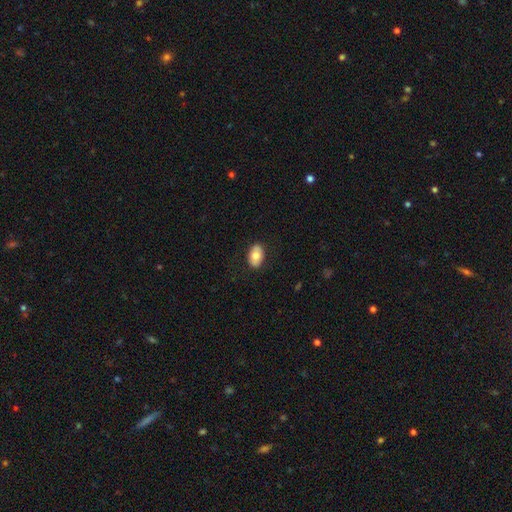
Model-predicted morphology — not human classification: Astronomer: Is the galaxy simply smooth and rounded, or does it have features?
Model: smooth — 74%.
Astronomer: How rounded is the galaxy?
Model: in between — 89%.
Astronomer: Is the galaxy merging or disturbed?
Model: none — 86%.